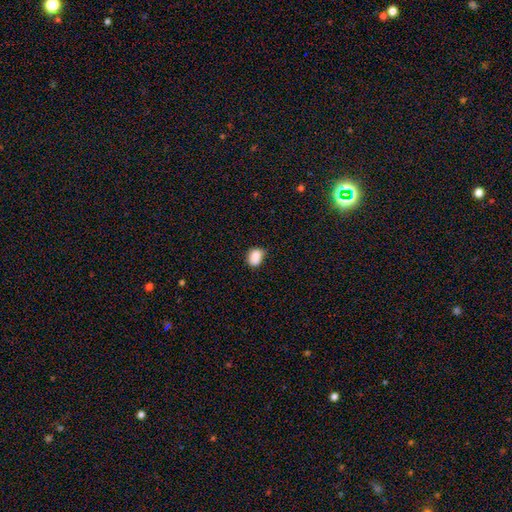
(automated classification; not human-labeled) Overall: smooth (87%). How rounded: in between (59%; round 40%). Merging: none (59%; minor disturbance 33%).